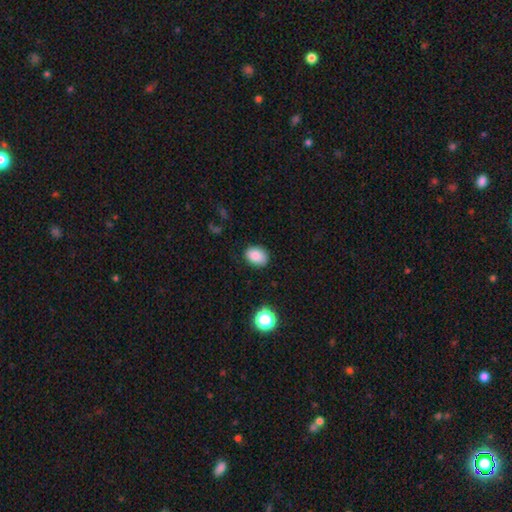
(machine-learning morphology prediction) Smooth or featured?
  - smooth: 86% *
  - star or artifact: 10%
  - featured or disk: 4%
How rounded?
  - in between: 69% *
  - round: 30%
  - cigar-shaped: 1%
Merging?
  - none: 83% *
  - minor disturbance: 13%
  - major disturbance: 3%
  - merger: 1%